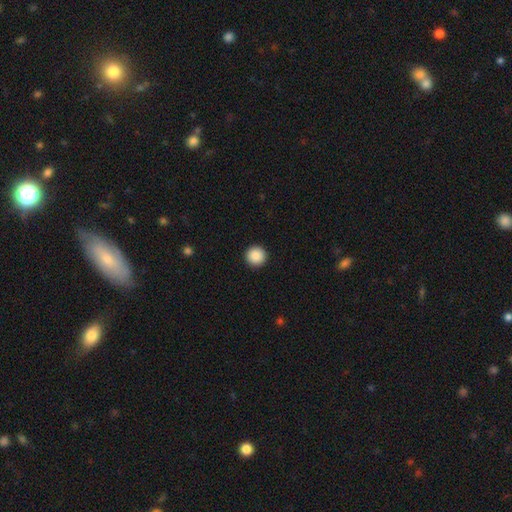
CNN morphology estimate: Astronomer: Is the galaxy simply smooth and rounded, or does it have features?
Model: smooth — 90%.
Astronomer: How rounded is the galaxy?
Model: round — 96%.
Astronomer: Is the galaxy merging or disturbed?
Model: none — 94%.